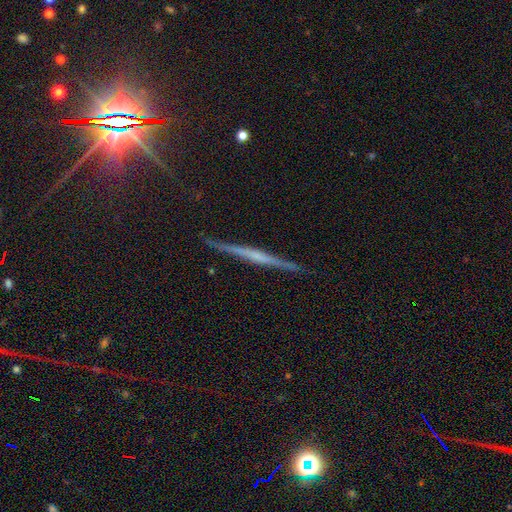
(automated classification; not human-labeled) Morphology: type=featured or disk (71%); edge-on=yes (98%); edge-on bulge=none (43%); merging=none (90%).